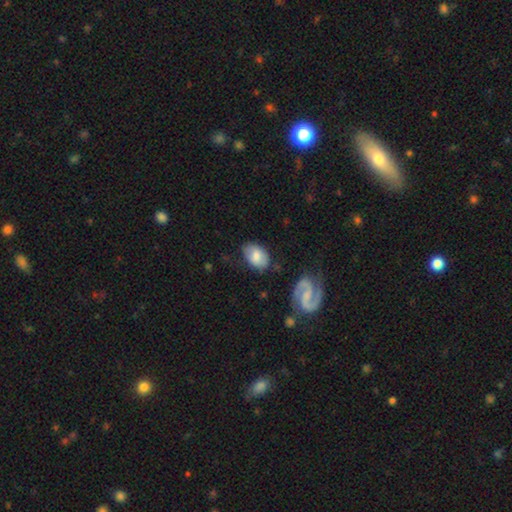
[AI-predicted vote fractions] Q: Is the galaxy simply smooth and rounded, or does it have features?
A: smooth — 66%.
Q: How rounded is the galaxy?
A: in between — 87%.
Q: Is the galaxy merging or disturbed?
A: none — 68%.